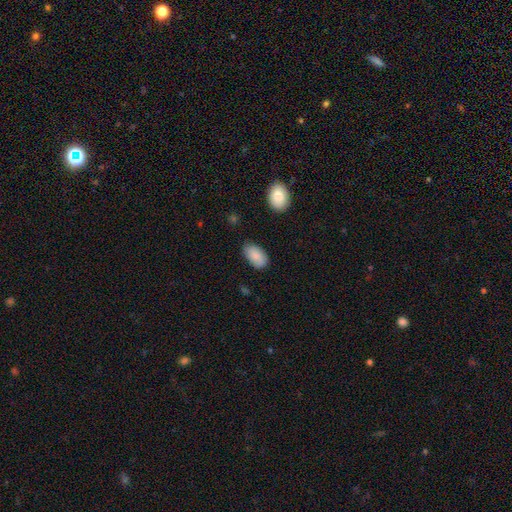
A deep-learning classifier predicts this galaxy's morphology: Smooth or featured?
  - smooth: 86% *
  - featured or disk: 7%
  - star or artifact: 6%
How rounded?
  - in between: 94% *
  - round: 4%
  - cigar-shaped: 1%
Merging?
  - none: 74% *
  - minor disturbance: 21%
  - major disturbance: 4%
  - merger: 2%